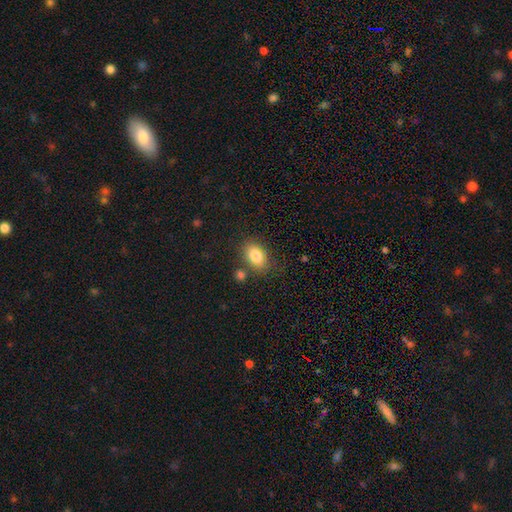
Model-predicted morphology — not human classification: Smooth or featured: smooth — 83% (star or artifact — 8%)
How rounded: in between — 81% (round — 18%)
Merging: none — 73% (minor disturbance — 14%)